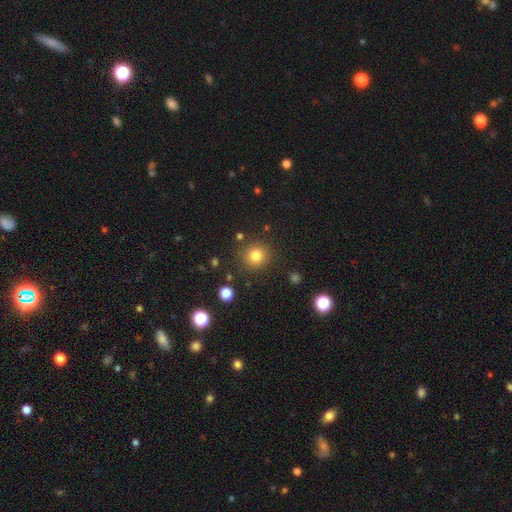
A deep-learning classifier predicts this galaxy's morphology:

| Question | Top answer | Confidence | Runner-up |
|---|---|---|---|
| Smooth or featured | smooth | 81% | star or artifact (13%) |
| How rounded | round | 92% | in between (7%) |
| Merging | none | 86% | minor disturbance (8%) |